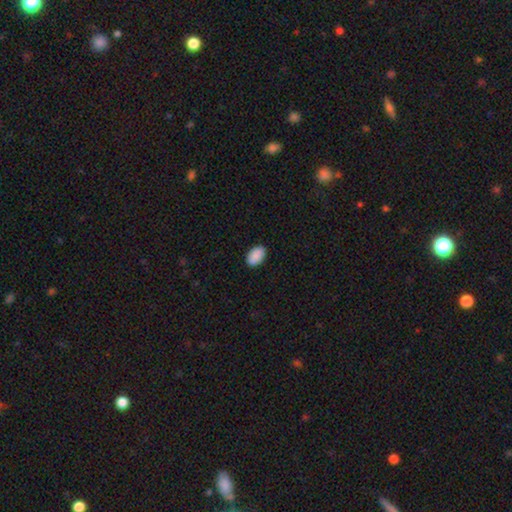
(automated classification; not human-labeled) Smooth or featured?
  - smooth: 91% *
  - star or artifact: 6%
  - featured or disk: 3%
How rounded?
  - in between: 93% *
  - round: 6%
  - cigar-shaped: 1%
Merging?
  - none: 90% *
  - minor disturbance: 8%
  - major disturbance: 2%
  - merger: 1%